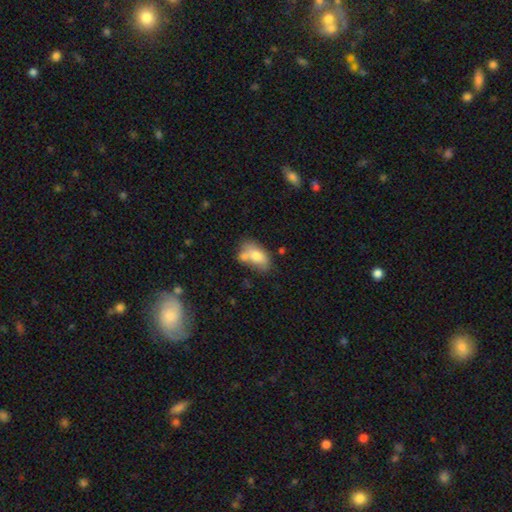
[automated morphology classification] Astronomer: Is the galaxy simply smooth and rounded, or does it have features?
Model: smooth — 73%.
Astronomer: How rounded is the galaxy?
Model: in between — 89%.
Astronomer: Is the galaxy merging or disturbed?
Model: none — 43% (runner-up: merger, 31%).